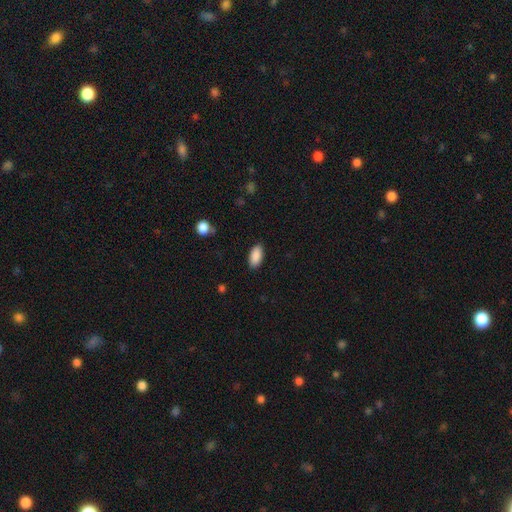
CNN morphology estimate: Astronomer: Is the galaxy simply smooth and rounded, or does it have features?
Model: smooth — 90%.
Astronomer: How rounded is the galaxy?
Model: in between — 92%.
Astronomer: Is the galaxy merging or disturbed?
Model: none — 87%.